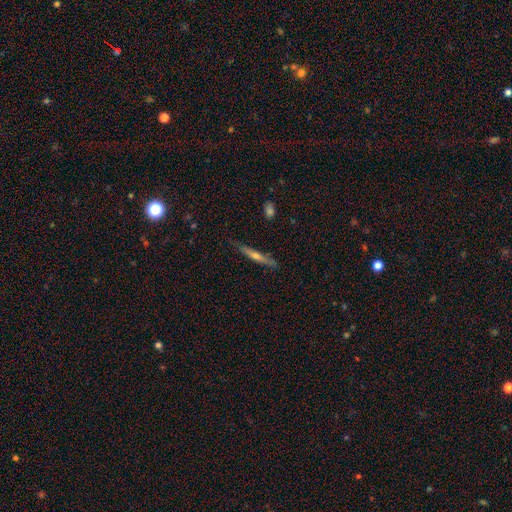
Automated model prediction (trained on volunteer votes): Overall: featured or disk (54%; smooth 39%). Edge-on disk: yes (95%). Edge-on bulge: rounded (69%). Merging: none (81%).